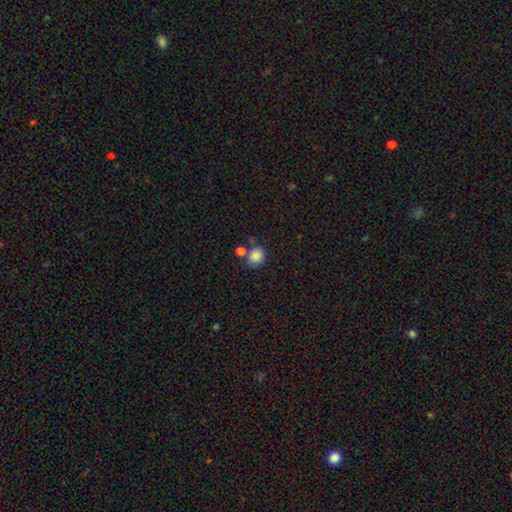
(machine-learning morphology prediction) Q: Smooth or featured?
A: smooth (85%); runner-up: star or artifact (10%)
Q: How rounded?
A: round (63%); runner-up: in between (36%)
Q: Merging?
A: none (57%); runner-up: merger (22%)